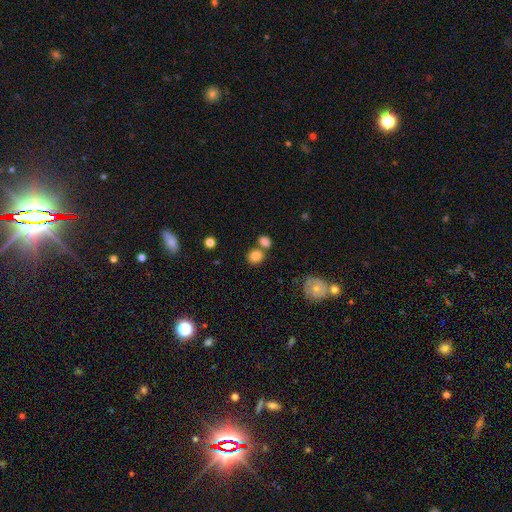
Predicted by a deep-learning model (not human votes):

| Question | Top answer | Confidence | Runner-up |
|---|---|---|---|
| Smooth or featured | smooth | 83% | star or artifact (10%) |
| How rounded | round | 75% | in between (23%) |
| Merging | none | 59% | merger (28%) |